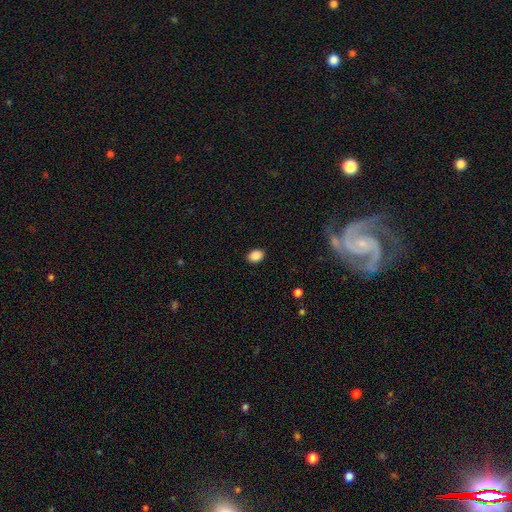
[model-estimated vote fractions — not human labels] Smooth or featured? Predicted: smooth (p=0.88). How rounded? Predicted: in between (p=0.73). Merging? Predicted: none (p=0.90).